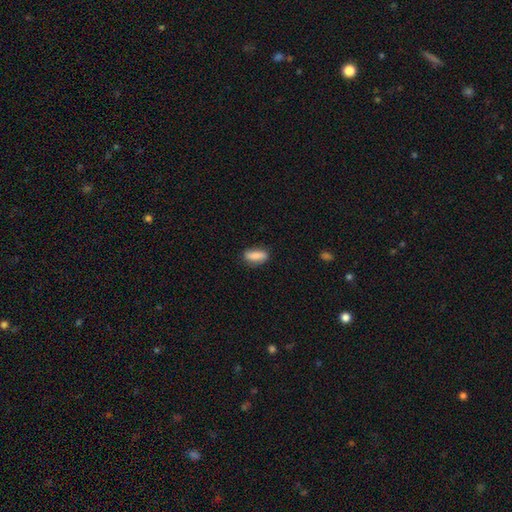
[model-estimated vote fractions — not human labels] smooth 85%, featured or disk 9%, star or artifact 7%. Down the decision tree: how rounded — in between (69%); merging — none (80%).